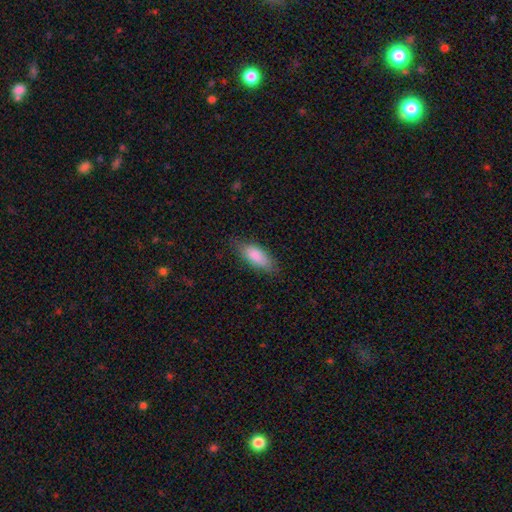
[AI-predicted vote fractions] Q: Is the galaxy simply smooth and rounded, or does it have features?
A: smooth — 86%.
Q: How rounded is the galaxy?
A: in between — 80%.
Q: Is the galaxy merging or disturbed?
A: none — 78%.